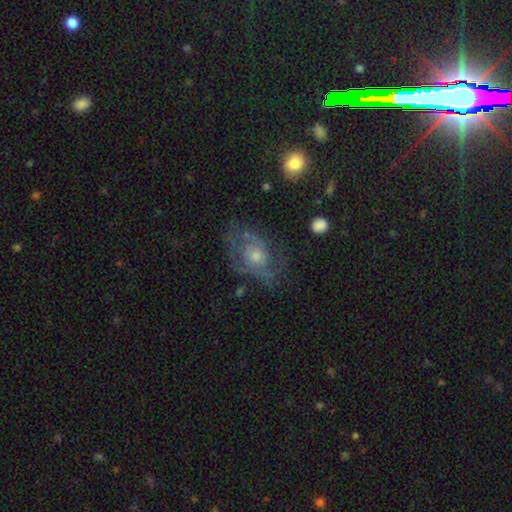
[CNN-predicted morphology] featured or disk 69%, smooth 22%, star or artifact 10%. Down the decision tree: edge-on disk — no (96%); bar — no (80%); spiral arms — yes (74%); bulge size — small (46%); merging — none (57%).